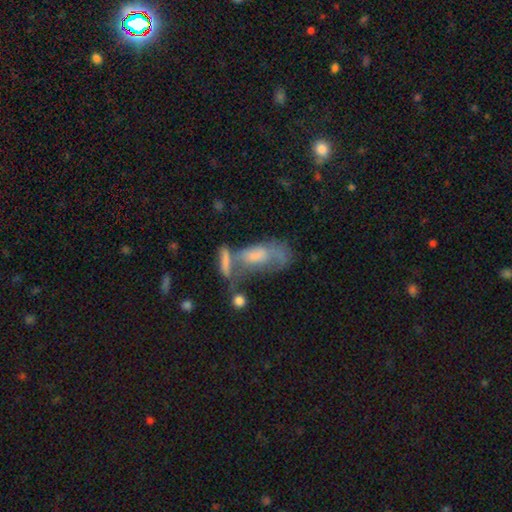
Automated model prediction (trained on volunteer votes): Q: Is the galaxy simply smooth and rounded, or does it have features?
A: featured or disk — 46%.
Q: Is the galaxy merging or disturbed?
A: merger — 43%.